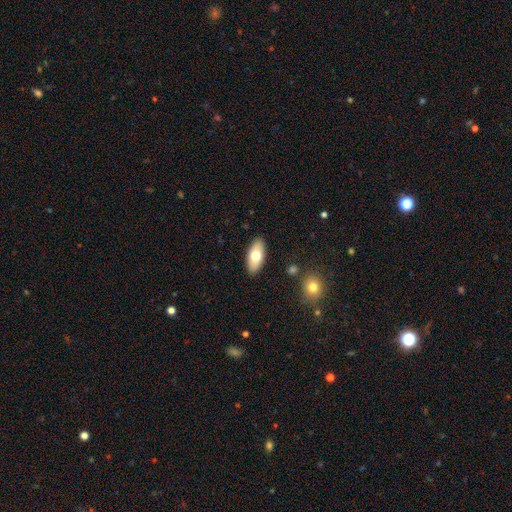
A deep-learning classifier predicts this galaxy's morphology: type=smooth (70%); roundness=in between (89%); merging=none (88%).